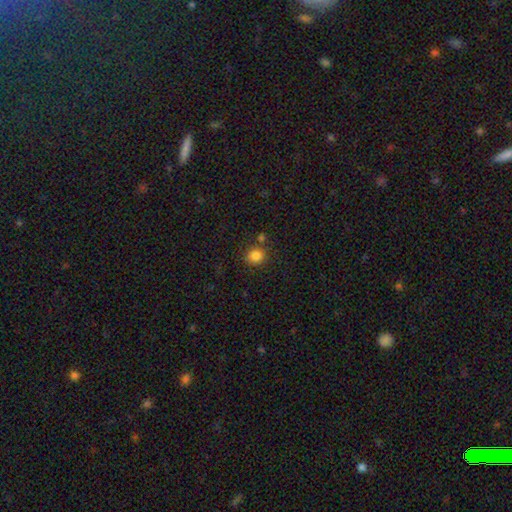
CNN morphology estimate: A smooth galaxy with no disk features (84%) that is round (81%). Merging: none (80%).